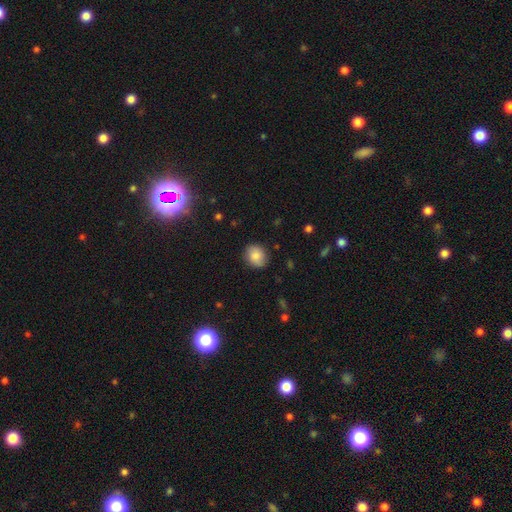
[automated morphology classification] smooth 80%, featured or disk 11%, star or artifact 9%. Down the decision tree: how rounded — round (59%); merging — none (84%).